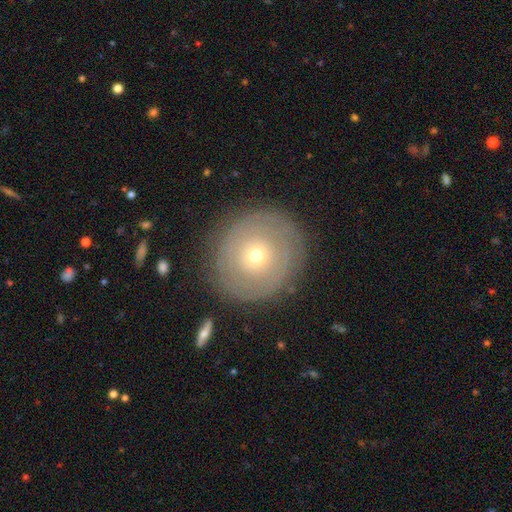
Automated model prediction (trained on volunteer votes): Overall: featured or disk (56%; smooth 35%). Edge-on disk: no (96%). Bar: no (88%). Spiral arms: yes (56%; no 44%). Bulge size: small (63%; moderate 33%). Merging: none (86%).